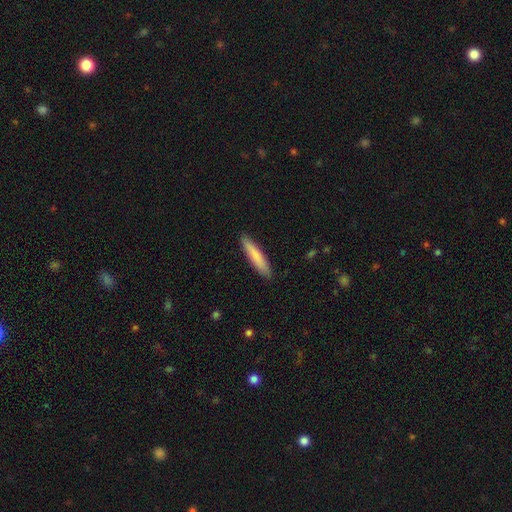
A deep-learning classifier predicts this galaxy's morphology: A smooth galaxy with no disk features (79%) that is cigar-shaped (91%). Merging: none (90%).